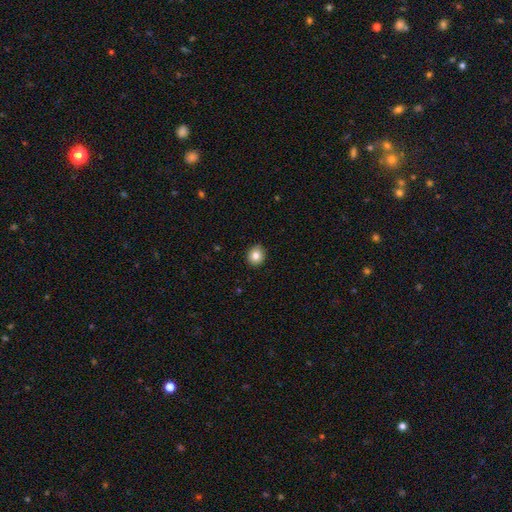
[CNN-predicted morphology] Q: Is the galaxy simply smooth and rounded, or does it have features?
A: smooth — 83%.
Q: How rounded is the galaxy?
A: round — 78%.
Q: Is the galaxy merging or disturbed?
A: none — 91%.